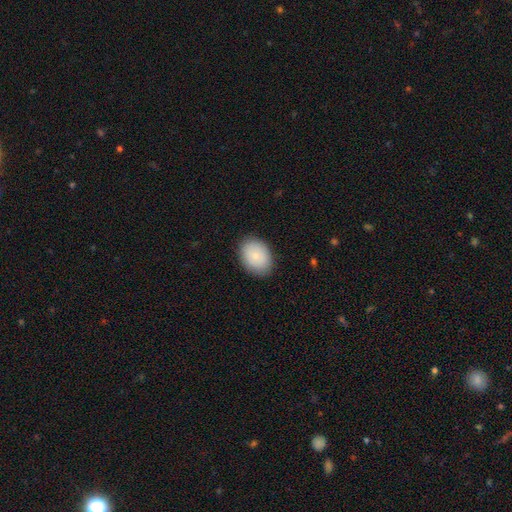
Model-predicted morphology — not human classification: Smooth or featured? smooth (82%)
How rounded? in between (74%)
Merging? none (86%)